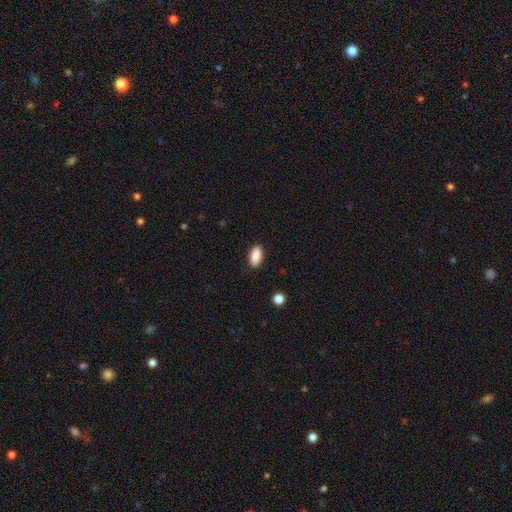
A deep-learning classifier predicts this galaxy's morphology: Q: Smooth or featured?
A: smooth (89%); runner-up: star or artifact (7%)
Q: How rounded?
A: in between (89%); runner-up: cigar-shaped (8%)
Q: Merging?
A: none (88%); runner-up: minor disturbance (9%)